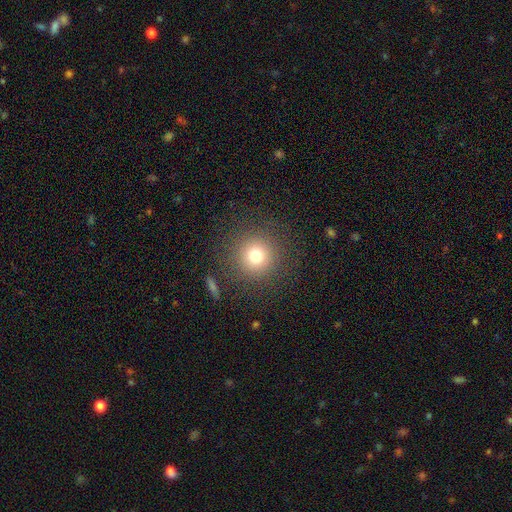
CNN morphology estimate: Smooth or featured? smooth (75%)
How rounded? round (95%)
Merging? none (88%)